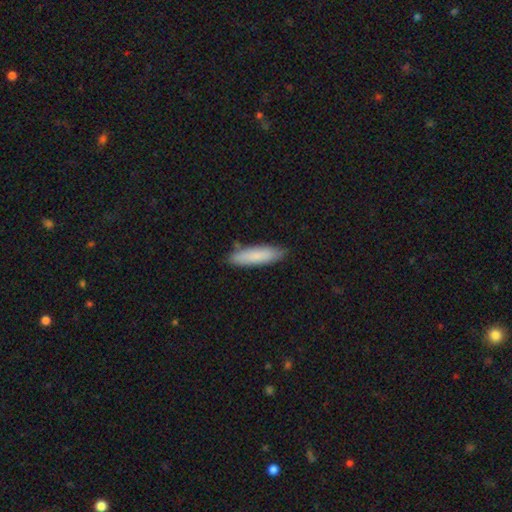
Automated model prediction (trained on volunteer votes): smooth 83%, featured or disk 11%, star or artifact 6%. Down the decision tree: how rounded — cigar-shaped (68%); merging — none (84%).